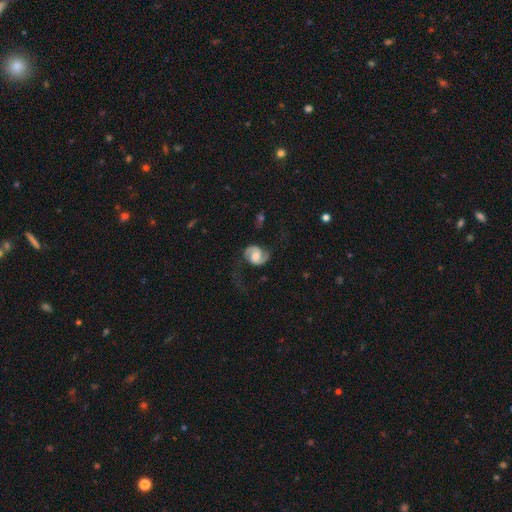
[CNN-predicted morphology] A featured or disk galaxy (84%) with no bar (49%), 2 (91%) medium (48%) spiral arms (96%) and a moderate central bulge (46%).

Vote fractions:
- Smooth or featured? featured or disk: 84% / smooth: 10% / star or artifact: 6%
- Edge-on disk? no: 98% / yes: 2%
- Bar? no: 49% / weak: 40% / strong: 10%
- Spiral arms? yes: 96% / no: 4%
- Spiral winding? medium: 48% / loose: 31% / tight: 22%
- Spiral arm count? 2: 91% / 1: 3% / can't tell: 3% / 3: 1% / 4: 1% / more than 4: 1%
- Bulge size? moderate: 46% / large: 21% / small: 17% / none: 12% / dominant: 3%
- Merging? none: 59% / major disturbance: 20% / minor disturbance: 19% / merger: 2%